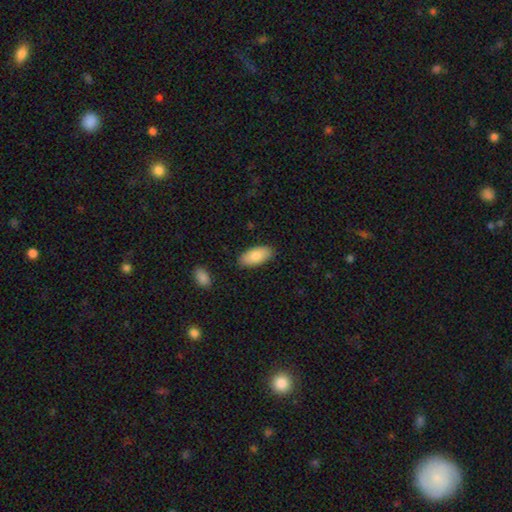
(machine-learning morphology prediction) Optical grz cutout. It shows a smooth galaxy with no disk features (85%) that is in between round and cigar-shaped (93%). Merging: none (86%).